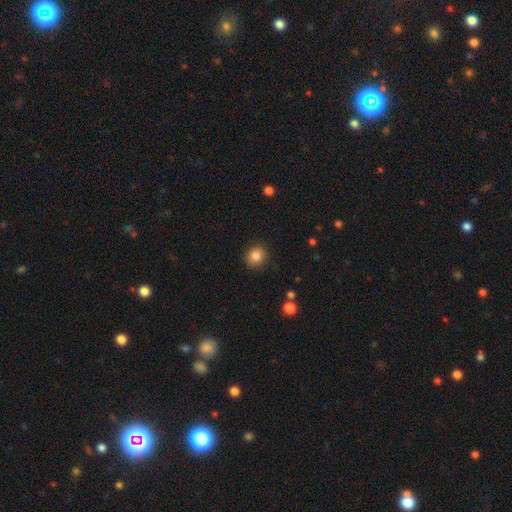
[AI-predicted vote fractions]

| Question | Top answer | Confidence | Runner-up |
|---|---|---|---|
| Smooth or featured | smooth | 83% | star or artifact (11%) |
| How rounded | round | 84% | in between (15%) |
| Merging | none | 90% | minor disturbance (7%) |